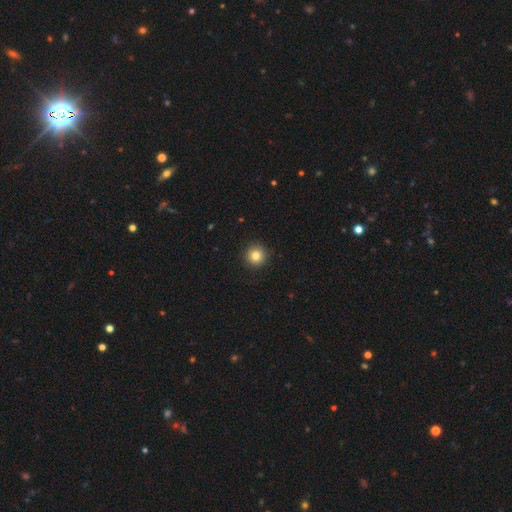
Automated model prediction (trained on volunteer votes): This is clearly a smooth galaxy (83%). How rounded: clearly round (95%). Merging: clearly none (92%).